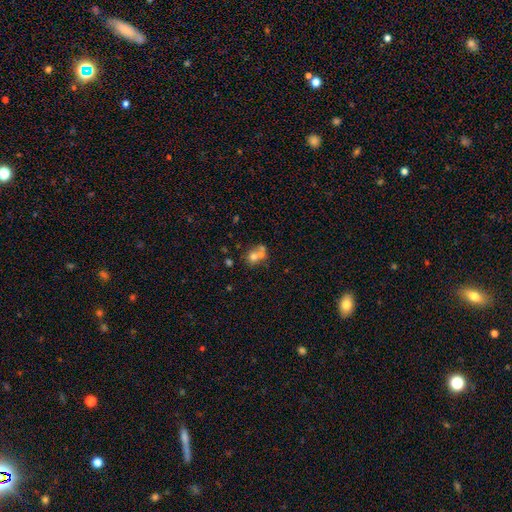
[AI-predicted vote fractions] This is likely a smooth galaxy (62%). How rounded: likely round (68%). Merging: possibly merger (57%).